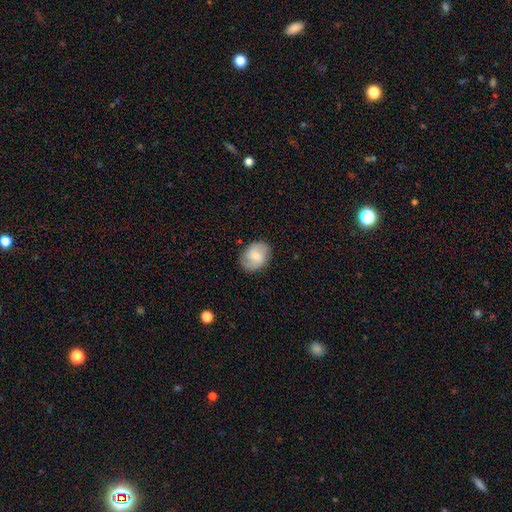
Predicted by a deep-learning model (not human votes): smooth_or_featured: smooth (p=0.58) [alt: featured or disk p=0.34]
how_rounded: in between (p=0.59) [alt: round p=0.40]
merging: none (p=0.82) [alt: minor disturbance p=0.13]